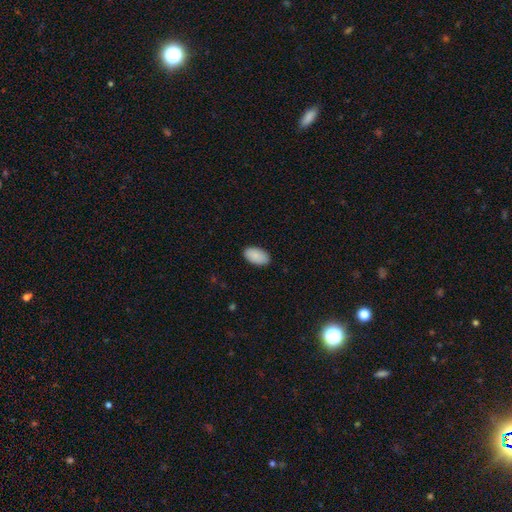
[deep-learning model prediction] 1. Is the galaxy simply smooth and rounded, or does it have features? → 89% smooth, 6% star or artifact, 5% featured or disk.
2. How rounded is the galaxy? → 95% in between, 4% round, 1% cigar-shaped.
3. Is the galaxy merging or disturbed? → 88% none, 10% minor disturbance, 2% major disturbance, 1% merger.